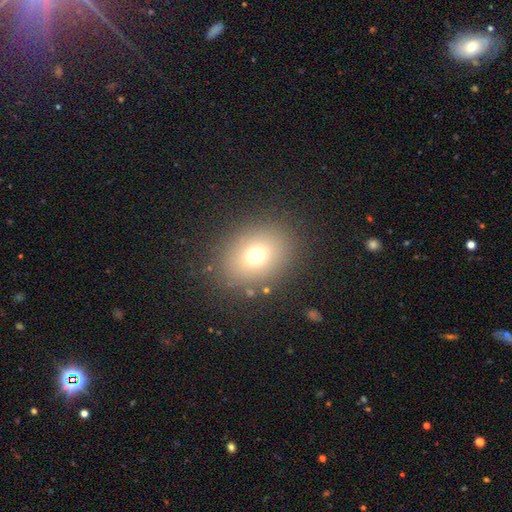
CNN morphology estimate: type=smooth (71%); roundness=in between (52%); merging=none (85%).